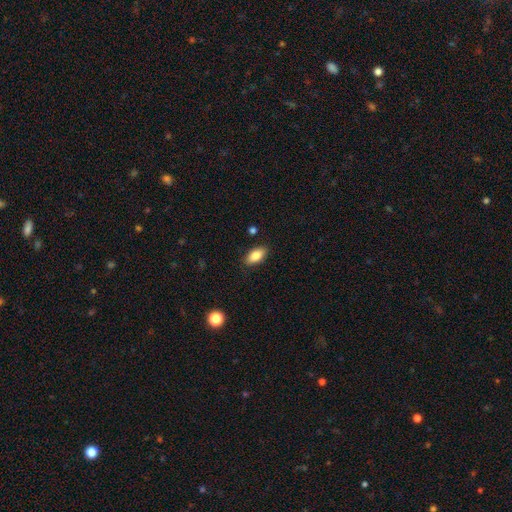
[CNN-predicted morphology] smooth_or_featured: smooth (p=0.84) [alt: featured or disk p=0.09]
how_rounded: in between (p=0.89) [alt: cigar-shaped p=0.07]
merging: none (p=0.87) [alt: minor disturbance p=0.09]